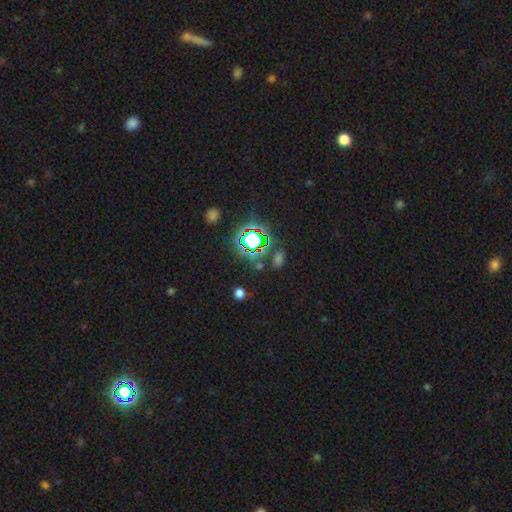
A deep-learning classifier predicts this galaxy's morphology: Overall: star or artifact (75%).